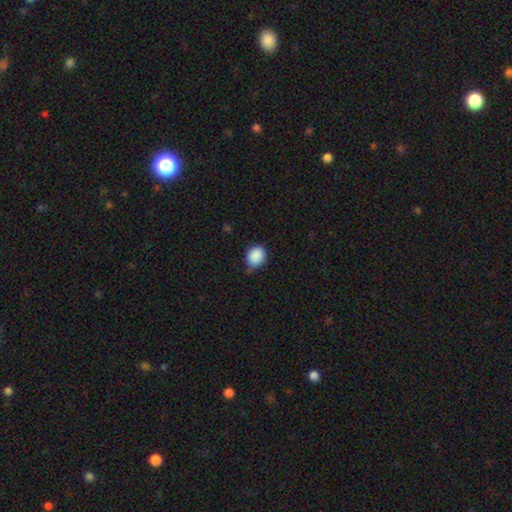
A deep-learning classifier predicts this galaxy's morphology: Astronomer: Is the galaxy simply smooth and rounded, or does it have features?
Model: smooth — 89%.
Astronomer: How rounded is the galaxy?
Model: round — 64%.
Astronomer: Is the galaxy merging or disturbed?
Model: none — 60%.